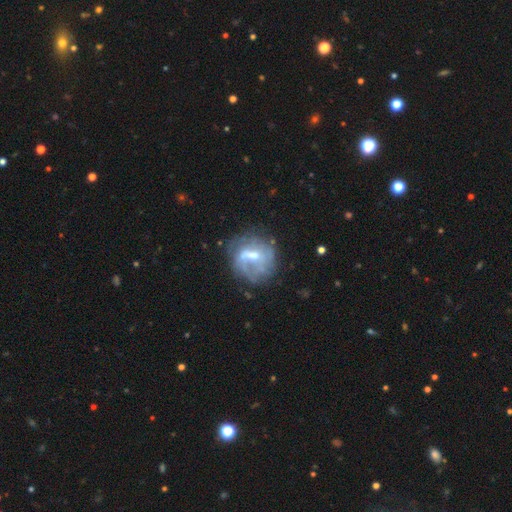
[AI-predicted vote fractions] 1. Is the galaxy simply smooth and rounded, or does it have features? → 62% featured or disk, 29% smooth, 9% star or artifact.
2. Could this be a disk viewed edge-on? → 97% no, 3% yes.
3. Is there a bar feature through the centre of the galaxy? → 49% weak, 33% no, 19% strong.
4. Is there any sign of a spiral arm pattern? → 54% yes, 46% no.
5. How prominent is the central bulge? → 48% moderate, 29% small, 14% none, 7% large, 1% dominant.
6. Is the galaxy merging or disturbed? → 51% none, 22% major disturbance, 22% minor disturbance, 5% merger.